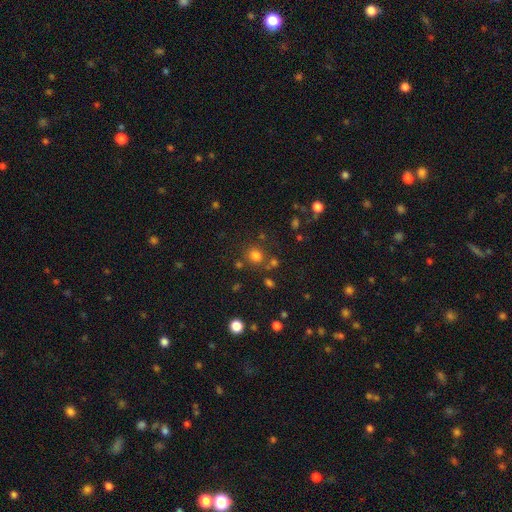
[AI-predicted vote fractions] This appears to be a smooth galaxy with no disk features (75%) that is round (79%). Merging: none (74%).